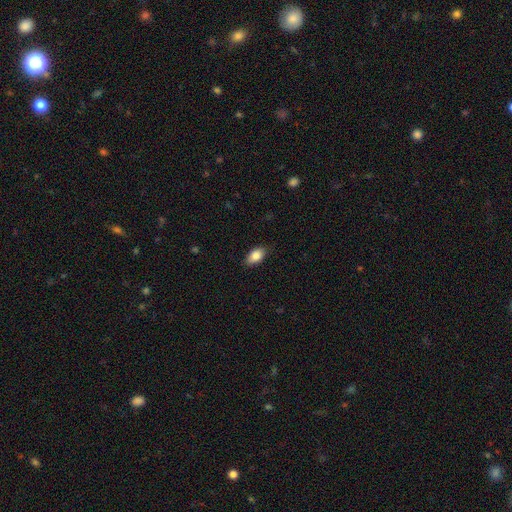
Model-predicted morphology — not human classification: smooth-or-featured: smooth: 84% | featured or disk: 8% | star or artifact: 7%
  how-rounded: in between: 91% | round: 6% | cigar-shaped: 3%
  merging: none: 84% | minor disturbance: 13% | major disturbance: 2% | merger: 1%